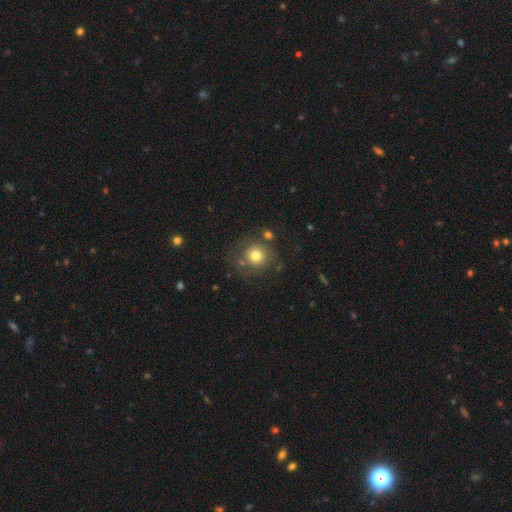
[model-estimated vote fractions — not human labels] smooth_or_featured: smooth (p=0.73) [alt: featured or disk p=0.15]
how_rounded: round (p=0.91) [alt: in between p=0.08]
merging: none (p=0.70) [alt: minor disturbance p=0.14]